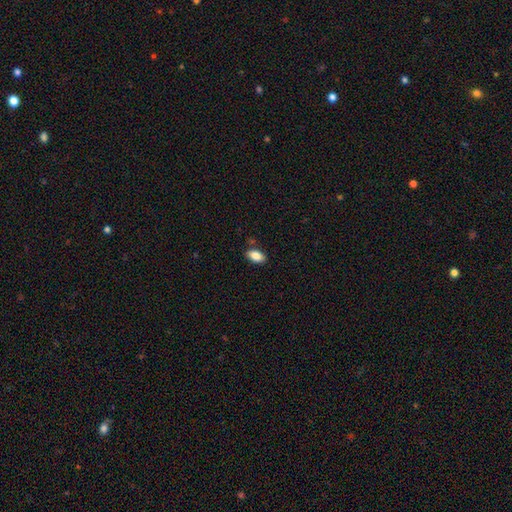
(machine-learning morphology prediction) A smooth galaxy with no disk features (86%) that is in between round and cigar-shaped (92%). Merging: none (83%).